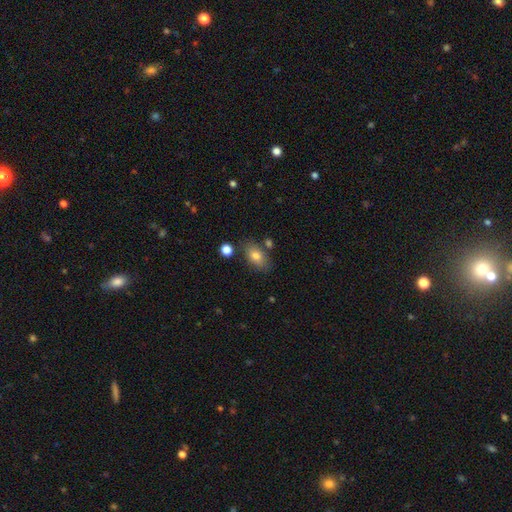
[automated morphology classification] Smooth or featured: smooth — 79% (featured or disk — 13%)
How rounded: in between — 87% (round — 10%)
Merging: none — 75% (minor disturbance — 14%)